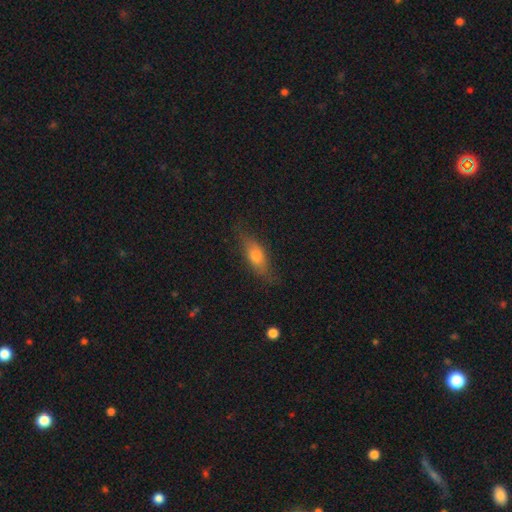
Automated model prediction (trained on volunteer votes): This appears to be a smooth galaxy with no disk features (61%) that is in between round and cigar-shaped (59%). Merging: none (75%).